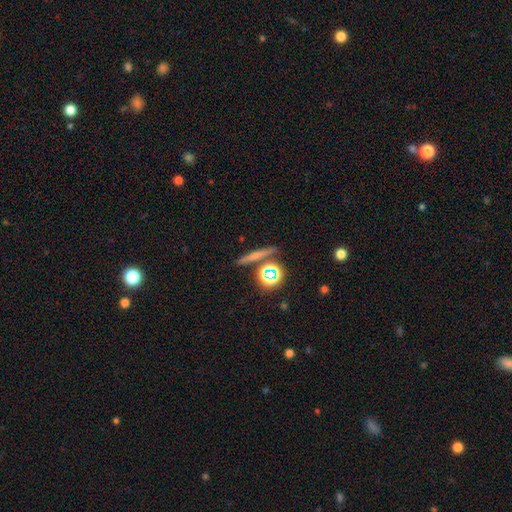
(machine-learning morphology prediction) smooth-or-featured: smooth: 55% | featured or disk: 26% | star or artifact: 19%
  how-rounded: cigar-shaped: 74% | round: 17% | in between: 9%
  merging: none: 81% | minor disturbance: 8% | merger: 8% | major disturbance: 3%